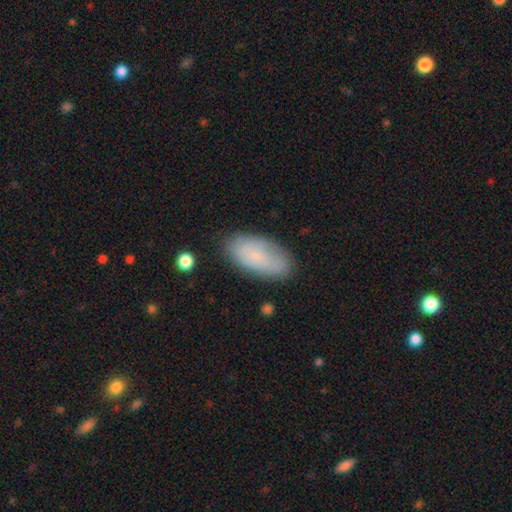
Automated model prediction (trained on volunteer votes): Smooth or featured? smooth (72%)
How rounded? in between (92%)
Merging? none (77%)